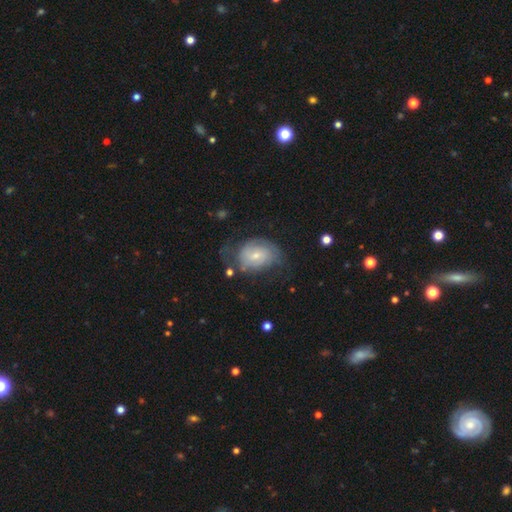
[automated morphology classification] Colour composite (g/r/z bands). It shows a featured or disk galaxy (59%) with no bar (57%), spiral arms (80%) and a small central bulge (62%). Merging: none (47%).